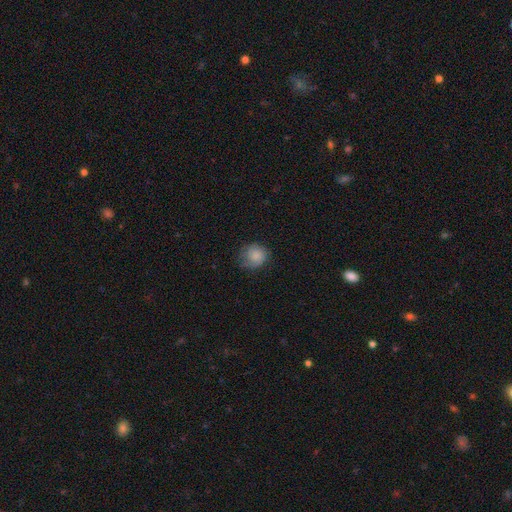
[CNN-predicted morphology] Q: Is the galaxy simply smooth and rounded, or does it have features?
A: smooth — 76%.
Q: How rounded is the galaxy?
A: round — 82%.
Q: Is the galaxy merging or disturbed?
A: none — 62%.